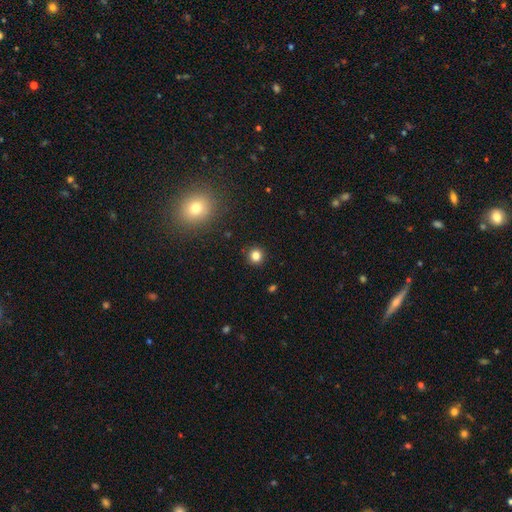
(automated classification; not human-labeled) Q: Smooth or featured?
A: smooth (81%); runner-up: star or artifact (14%)
Q: How rounded?
A: round (94%); runner-up: in between (5%)
Q: Merging?
A: none (92%); runner-up: minor disturbance (5%)